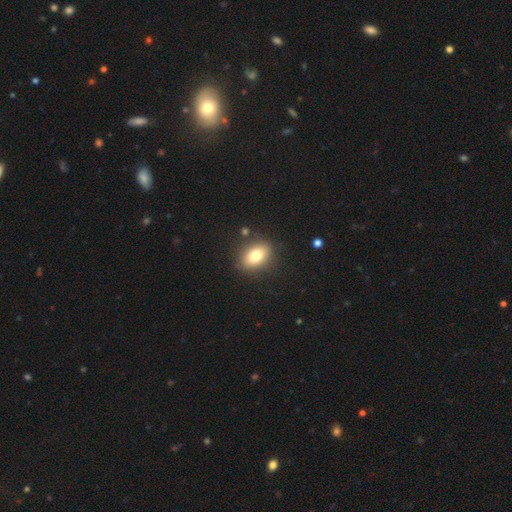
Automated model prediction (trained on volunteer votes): smooth_or_featured: smooth (p=0.78) [alt: featured or disk p=0.12]
how_rounded: in between (p=0.77) [alt: round p=0.22]
merging: none (p=0.85) [alt: minor disturbance p=0.09]